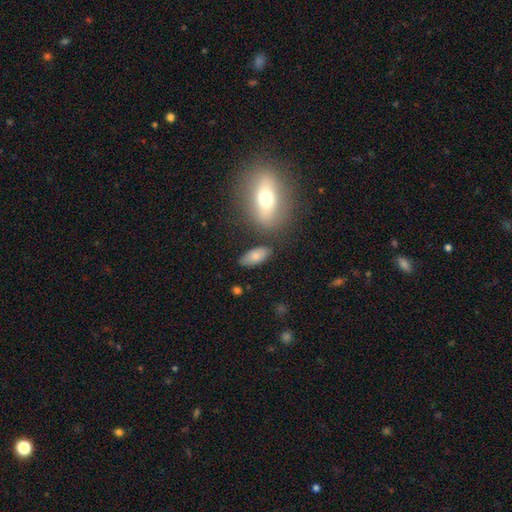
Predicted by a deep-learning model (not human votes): A smooth galaxy with no disk features (79%) that is in between round and cigar-shaped (88%).

Vote fractions:
- Smooth or featured? smooth: 79% / featured or disk: 13% / star or artifact: 8%
- How rounded? in between: 88% / cigar-shaped: 8% / round: 4%
- Merging? none: 77% / minor disturbance: 13% / merger: 7% / major disturbance: 4%